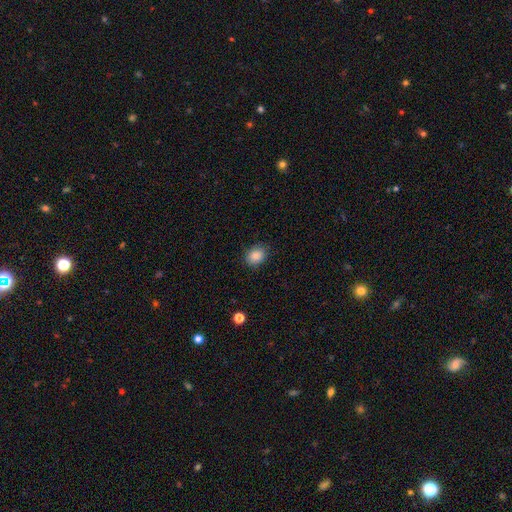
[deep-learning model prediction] smooth 84%, star or artifact 9%, featured or disk 7%. Down the decision tree: how rounded — in between (53%); merging — none (84%).